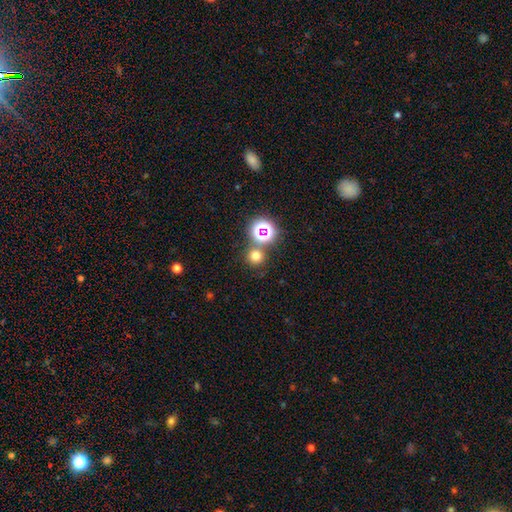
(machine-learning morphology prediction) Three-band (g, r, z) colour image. It shows a smooth galaxy with no disk features (69%) that is round (93%). Merging: none (77%).